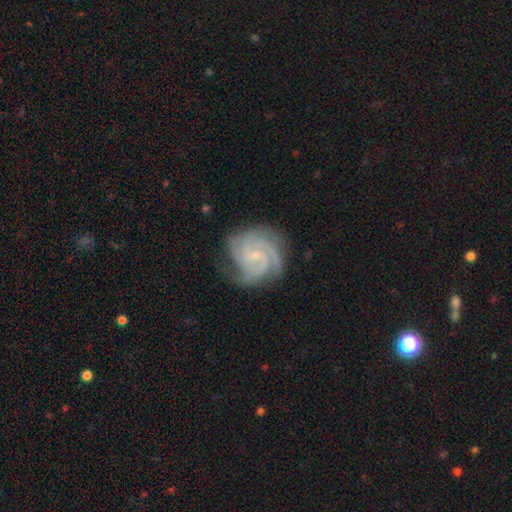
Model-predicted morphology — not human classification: Smooth or featured?
  - featured or disk: 89% *
  - smooth: 6%
  - star or artifact: 5%
Edge-on disk?
  - no: 98% *
  - yes: 2%
Bar?
  - no: 55% *
  - weak: 38%
  - strong: 7%
Spiral arms?
  - yes: 98% *
  - no: 2%
Spiral winding?
  - tight: 60% *
  - medium: 35%
  - loose: 5%
Spiral arm count?
  - 3: 51% *
  - 4: 16%
  - 2: 13%
  - can't tell: 11%
  - more than 4: 5%
  - 1: 5%
Bulge size?
  - small: 77% *
  - moderate: 15%
  - none: 6%
  - large: 1%
  - dominant: 1%
Merging?
  - none: 72% *
  - minor disturbance: 19%
  - major disturbance: 7%
  - merger: 1%